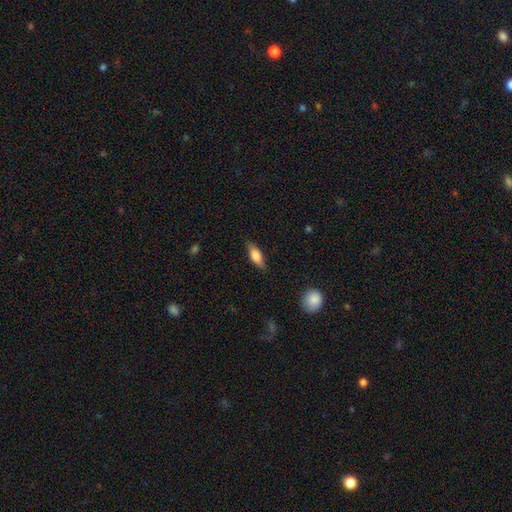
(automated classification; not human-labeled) Smooth or featured: smooth — 71% (featured or disk — 23%)
How rounded: in between — 67% (cigar-shaped — 30%)
Merging: none — 81% (minor disturbance — 14%)